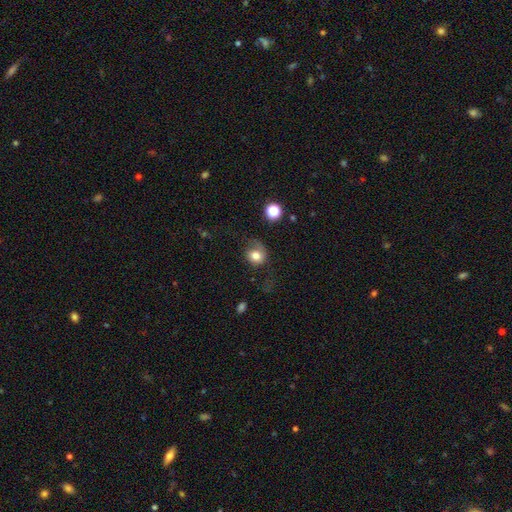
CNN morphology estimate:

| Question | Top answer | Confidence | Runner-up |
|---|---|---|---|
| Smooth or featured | smooth | 73% | featured or disk (17%) |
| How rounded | round | 71% | in between (28%) |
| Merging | none | 46% | major disturbance (26%) |